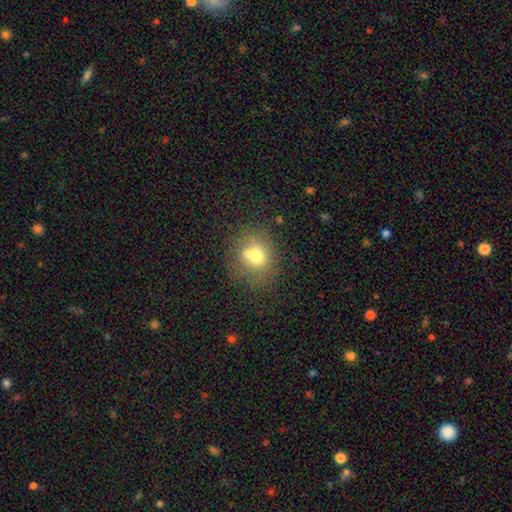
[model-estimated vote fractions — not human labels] This appears to be a smooth galaxy with no disk features (68%) that is round (77%). Merging: none (59%).